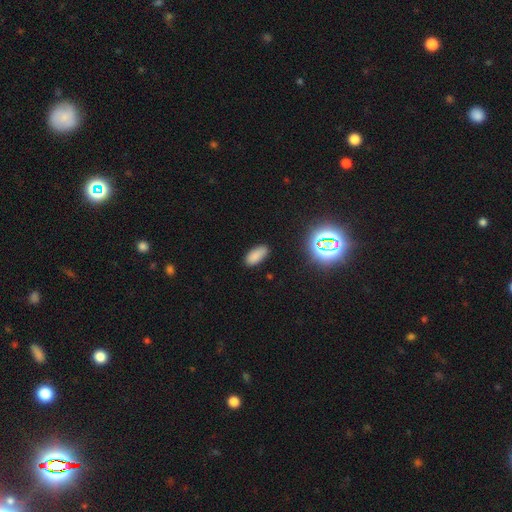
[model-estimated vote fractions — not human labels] smooth_or_featured: smooth (p=0.82) [alt: star or artifact p=0.13]
how_rounded: in between (p=0.88) [alt: cigar-shaped p=0.10]
merging: none (p=0.83) [alt: minor disturbance p=0.12]